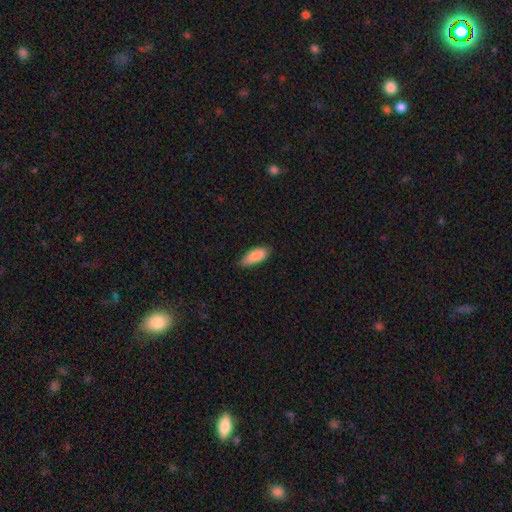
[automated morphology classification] The model was most divided on "how rounded": in between: 73%, cigar-shaped: 25%, round: 2%. More confident: smooth or featured — smooth (88%); merging — none (72%).